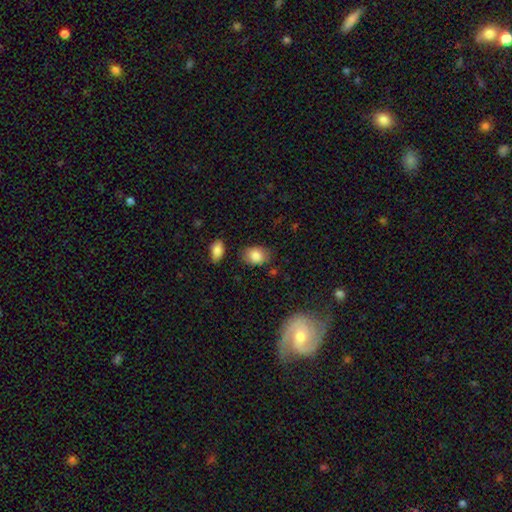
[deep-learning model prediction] This is clearly a smooth galaxy (86%). How rounded: likely in between (66%). Merging: likely none (77%).